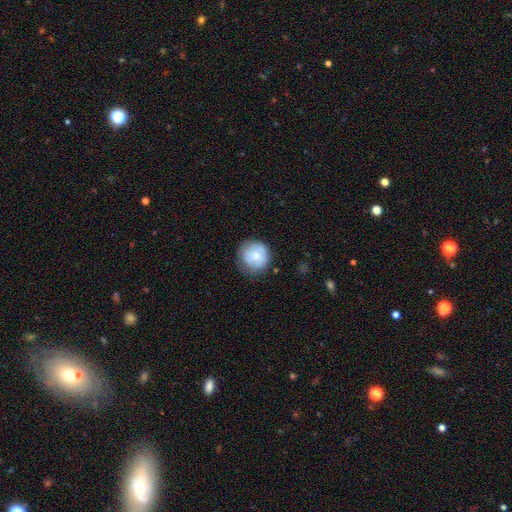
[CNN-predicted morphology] Smooth or featured? Predicted: smooth (p=0.68). How rounded? Predicted: round (p=0.90). Merging? Predicted: none (p=0.69).